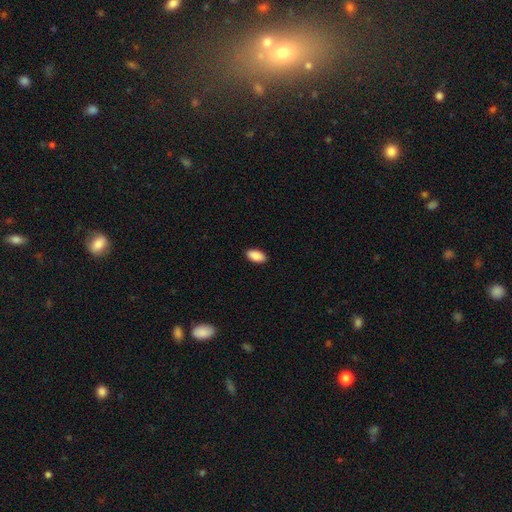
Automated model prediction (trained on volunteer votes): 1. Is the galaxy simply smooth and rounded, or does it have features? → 90% smooth, 6% star or artifact, 3% featured or disk.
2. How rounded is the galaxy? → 94% in between, 4% cigar-shaped, 2% round.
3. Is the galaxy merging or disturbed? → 90% none, 7% minor disturbance, 2% major disturbance, 1% merger.